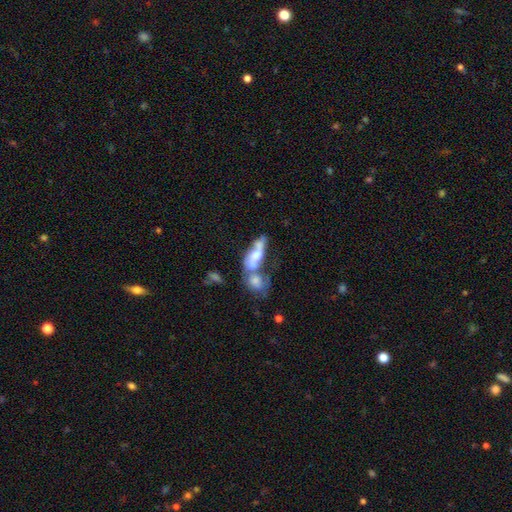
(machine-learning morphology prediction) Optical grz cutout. It shows a featured or disk galaxy (50%). Merging: merger (65%).